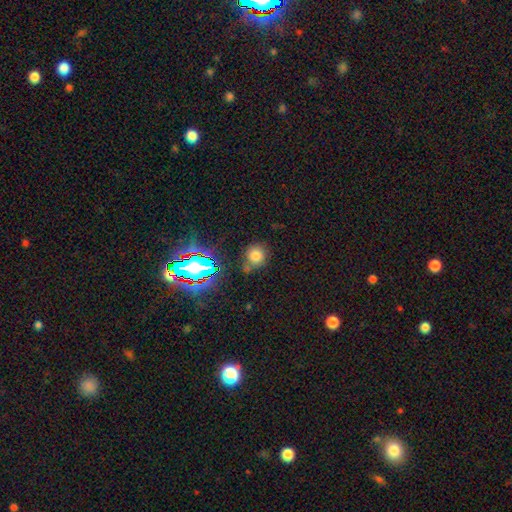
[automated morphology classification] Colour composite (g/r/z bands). It shows a smooth galaxy with no disk features (72%) that is round (88%). Merging: none (71%).